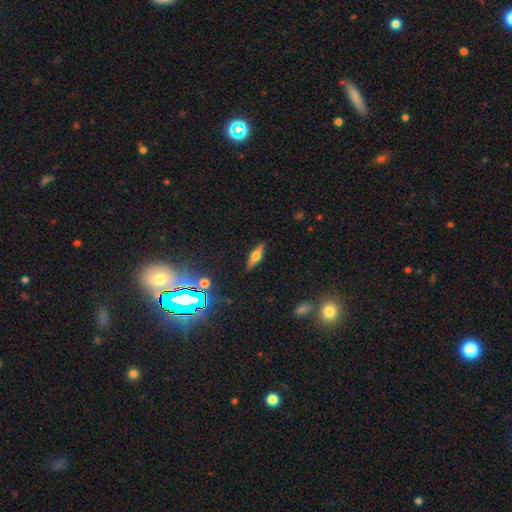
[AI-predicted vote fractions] featured or disk 54%, smooth 35%, star or artifact 11%. Down the decision tree: edge-on disk — yes (93%); merging — none (88%).